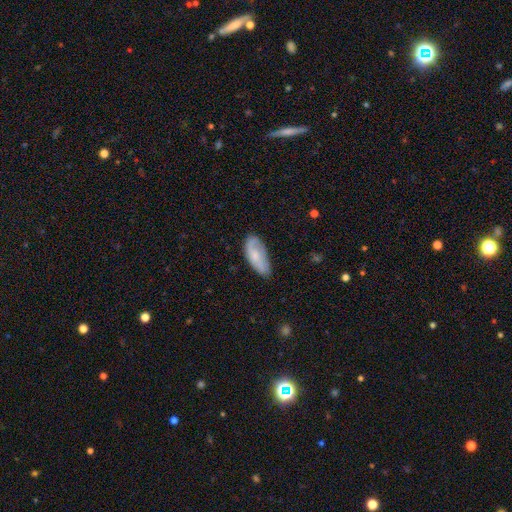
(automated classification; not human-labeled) This is likely a smooth galaxy (64%). How rounded: clearly in between (86%). Merging: possibly none (58%).